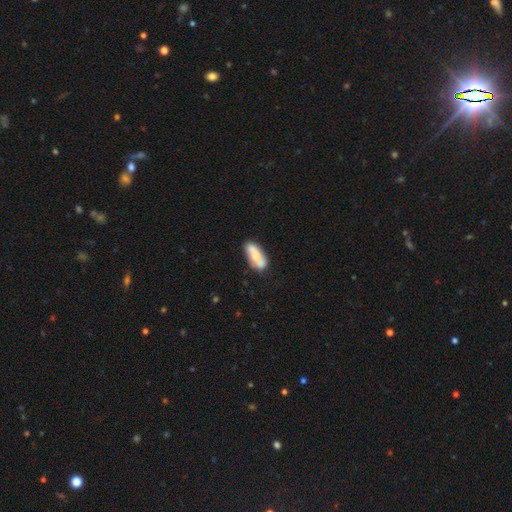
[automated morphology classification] Smooth or featured? smooth (60%)
How rounded? in between (78%)
Merging? none (54%)